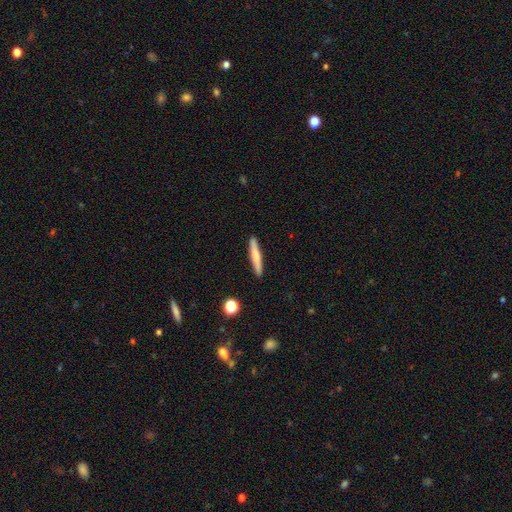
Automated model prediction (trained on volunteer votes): Smooth or featured? Predicted: smooth (p=0.65). How rounded? Predicted: cigar-shaped (p=0.94). Merging? Predicted: none (p=0.89).